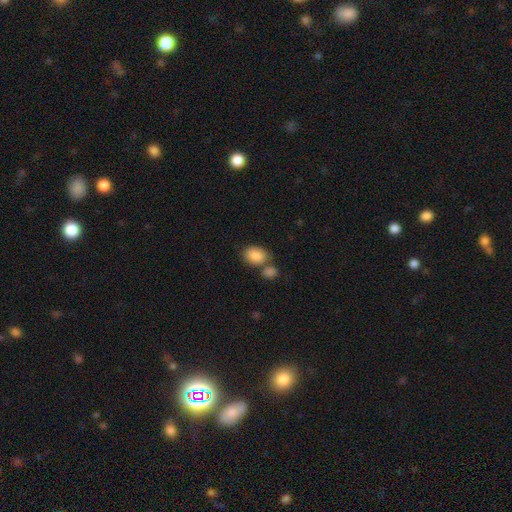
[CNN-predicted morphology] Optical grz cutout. It shows a smooth galaxy with no disk features (86%) that is in between round and cigar-shaped (75%). Merging: none (49%).